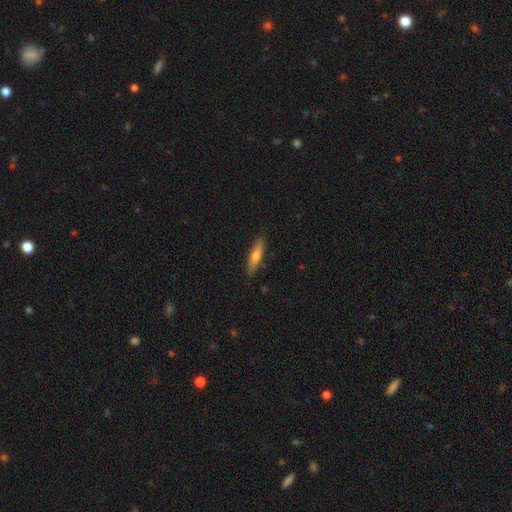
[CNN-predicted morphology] Q: Smooth or featured?
A: smooth (60%); runner-up: featured or disk (34%)
Q: How rounded?
A: cigar-shaped (81%); runner-up: in between (17%)
Q: Merging?
A: none (87%); runner-up: minor disturbance (10%)